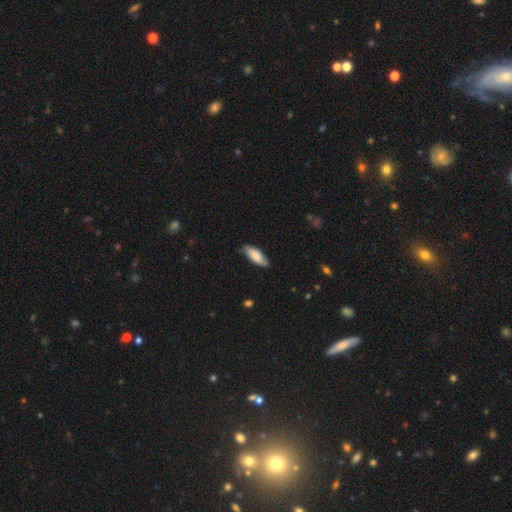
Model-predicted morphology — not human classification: The model was most divided on "how rounded": in between: 71%, cigar-shaped: 28%, round: 2%. More confident: smooth or featured — smooth (80%); merging — none (78%).